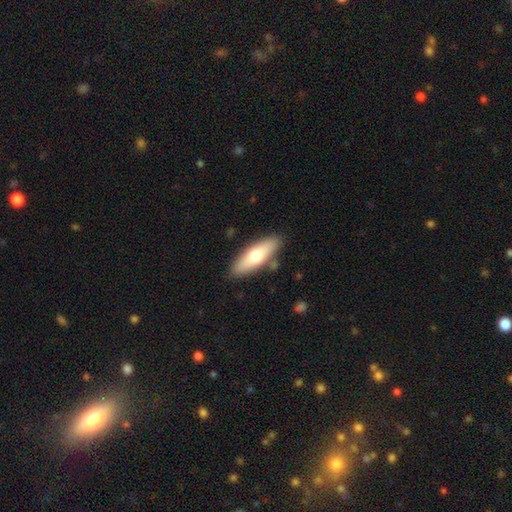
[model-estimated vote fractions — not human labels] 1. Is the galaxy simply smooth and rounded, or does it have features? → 65% smooth, 30% featured or disk, 5% star or artifact.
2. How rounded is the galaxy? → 55% in between, 43% cigar-shaped, 2% round.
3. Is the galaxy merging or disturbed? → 85% none, 10% minor disturbance, 3% merger, 2% major disturbance.